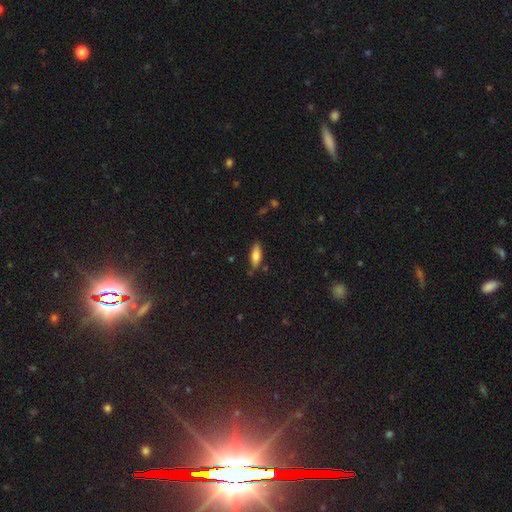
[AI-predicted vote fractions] A smooth galaxy with no disk features (79%) that is in between round and cigar-shaped (74%). Merging: none (73%).